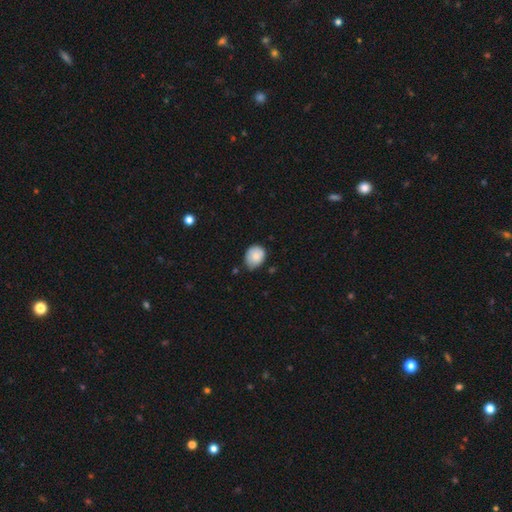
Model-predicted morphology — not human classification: A smooth galaxy with no disk features (80%) that is round (54%). Merging: none (53%).